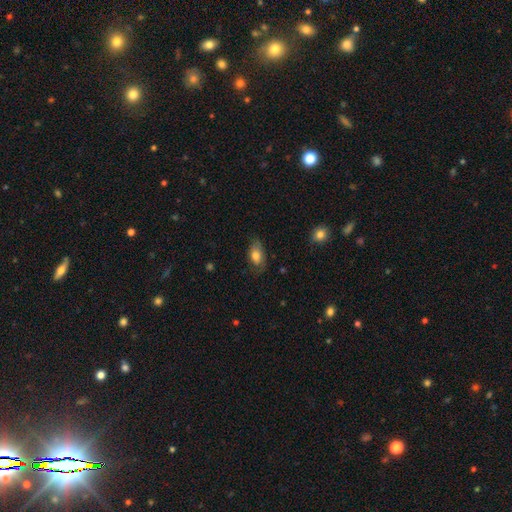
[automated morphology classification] Smooth or featured?
  - smooth: 73% *
  - featured or disk: 19%
  - star or artifact: 7%
How rounded?
  - in between: 89% *
  - round: 7%
  - cigar-shaped: 4%
Merging?
  - none: 65% *
  - minor disturbance: 25%
  - major disturbance: 9%
  - merger: 1%